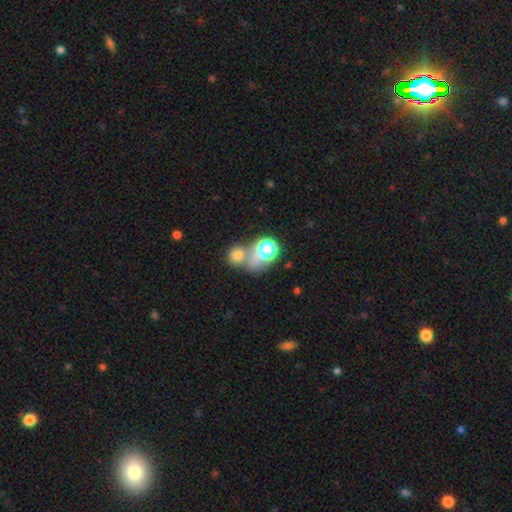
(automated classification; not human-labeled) smooth_or_featured: smooth (p=0.51) [alt: star or artifact p=0.29]
how_rounded: round (p=0.63) [alt: in between p=0.34]
merging: merger (p=0.47) [alt: none p=0.37]